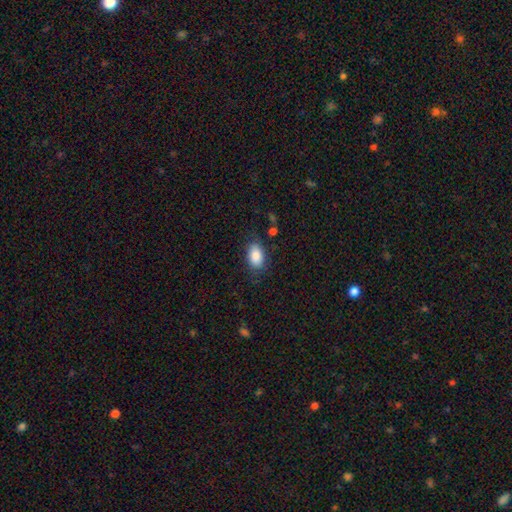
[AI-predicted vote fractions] This appears to be a smooth galaxy with no disk features (86%) that is in between round and cigar-shaped (92%). Merging: none (78%).